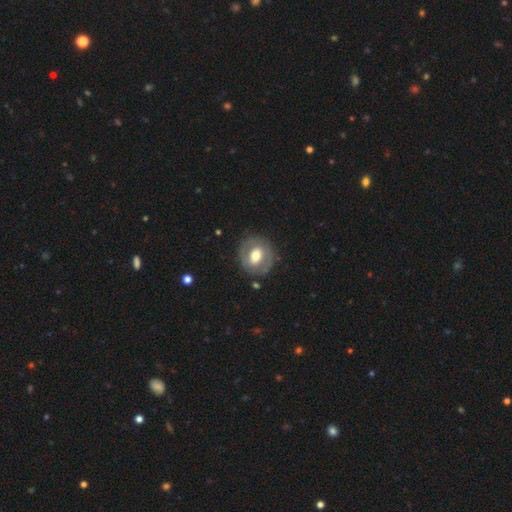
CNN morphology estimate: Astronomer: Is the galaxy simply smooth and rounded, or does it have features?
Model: featured or disk — 53% (runner-up: smooth, 41%).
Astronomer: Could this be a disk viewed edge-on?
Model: no — 96%.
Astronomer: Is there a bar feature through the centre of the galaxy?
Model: no — 42% (runner-up: weak, 37%).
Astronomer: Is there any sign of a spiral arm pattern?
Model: no — 64%.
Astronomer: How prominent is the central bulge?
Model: moderate — 65%.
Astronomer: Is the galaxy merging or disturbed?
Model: none — 81%.